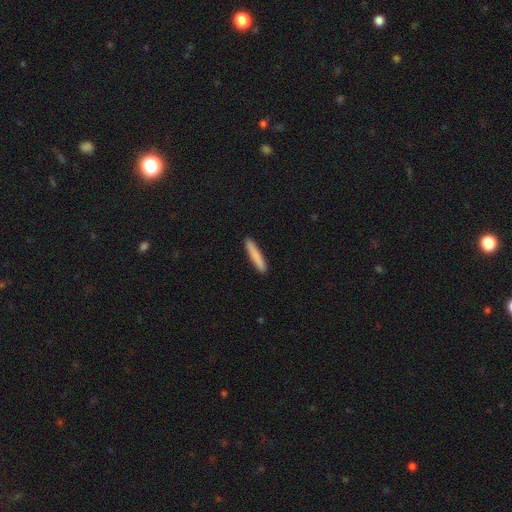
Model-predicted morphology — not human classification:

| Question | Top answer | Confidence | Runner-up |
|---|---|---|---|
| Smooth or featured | smooth | 84% | featured or disk (11%) |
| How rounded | cigar-shaped | 94% | in between (5%) |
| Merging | none | 92% | minor disturbance (6%) |